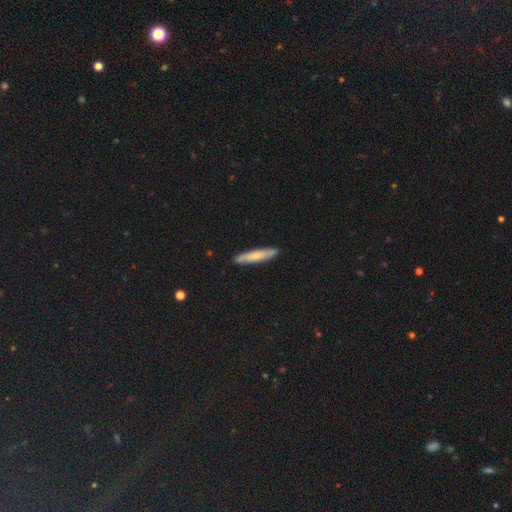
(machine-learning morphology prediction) type=smooth (69%); roundness=cigar-shaped (91%); merging=none (90%).